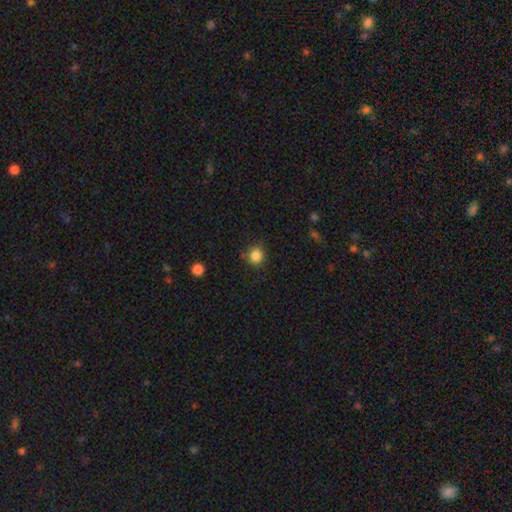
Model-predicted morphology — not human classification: Smooth or featured? smooth (85%)
How rounded? round (90%)
Merging? none (82%)